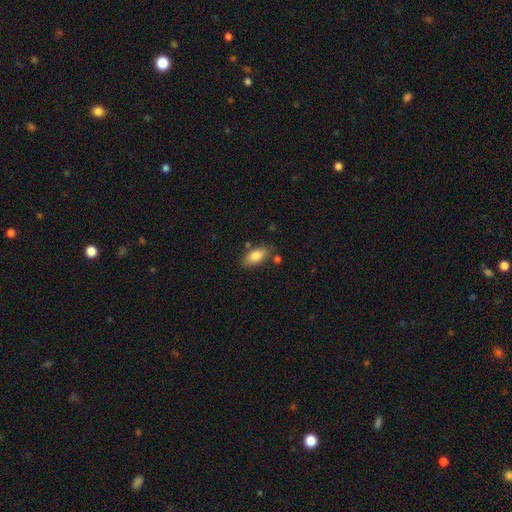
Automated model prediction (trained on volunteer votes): Smooth or featured? smooth (83%)
How rounded? in between (89%)
Merging? none (74%)